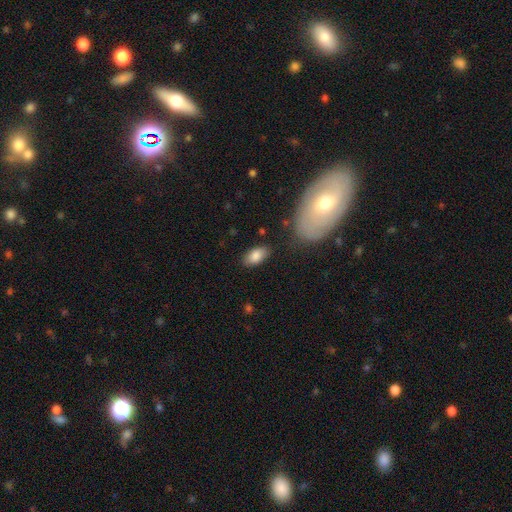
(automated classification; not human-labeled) smooth_or_featured: smooth (p=0.84) [alt: featured or disk p=0.09]
how_rounded: in between (p=0.93) [alt: round p=0.04]
merging: none (p=0.83) [alt: minor disturbance p=0.12]